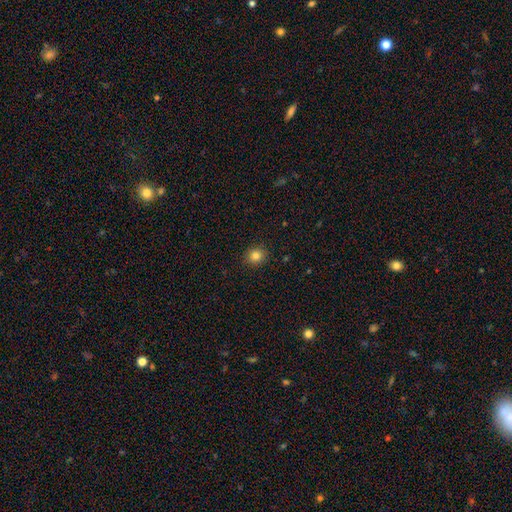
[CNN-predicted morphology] type=smooth (82%); roundness=round (80%); merging=none (90%).